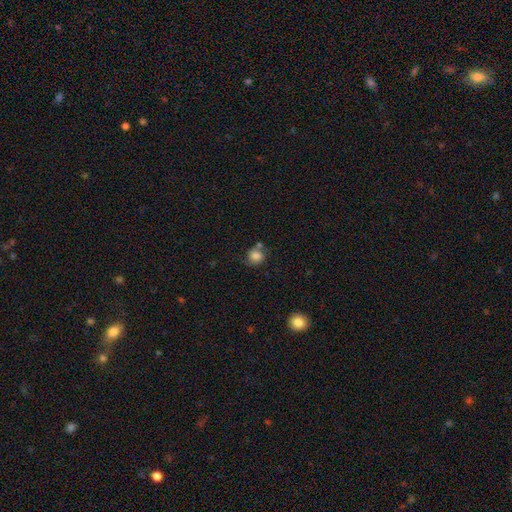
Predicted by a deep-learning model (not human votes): This is likely a smooth galaxy (74%). How rounded: likely round (76%). Merging: possibly none (52%).